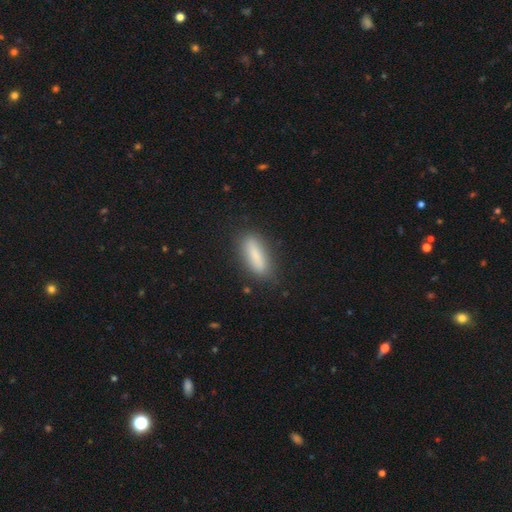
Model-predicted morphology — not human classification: A smooth galaxy with no disk features (80%) that is cigar-shaped (54%).

Vote fractions:
- Smooth or featured? smooth: 80% / featured or disk: 13% / star or artifact: 7%
- How rounded? cigar-shaped: 54% / in between: 44% / round: 2%
- Merging? none: 83% / minor disturbance: 12% / major disturbance: 3% / merger: 2%